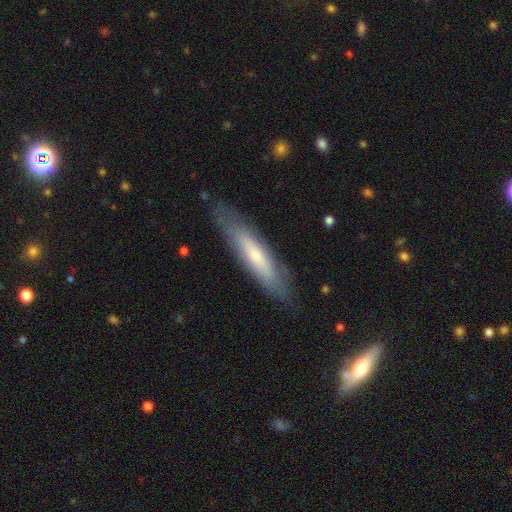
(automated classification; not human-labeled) smooth 56%, featured or disk 38%, star or artifact 6%. Down the decision tree: how rounded — cigar-shaped (81%); merging — none (81%).